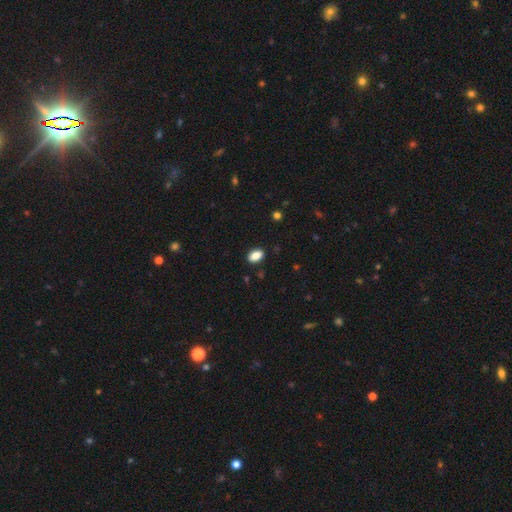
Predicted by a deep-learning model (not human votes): Q: Smooth or featured?
A: smooth (87%); runner-up: star or artifact (8%)
Q: How rounded?
A: in between (90%); runner-up: round (7%)
Q: Merging?
A: none (88%); runner-up: minor disturbance (9%)